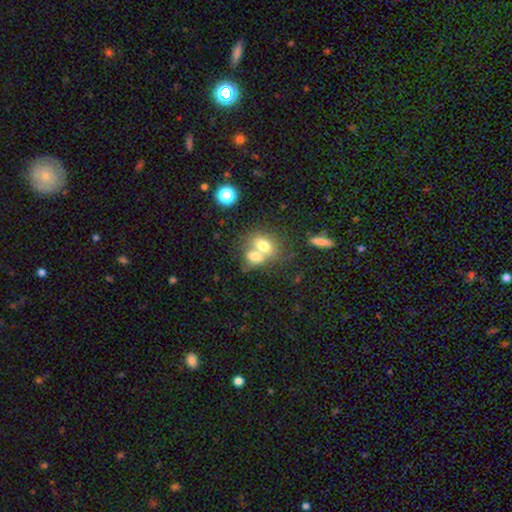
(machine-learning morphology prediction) smooth 65%, featured or disk 21%, star or artifact 13%. Down the decision tree: how rounded — in between (54%); merging — merger (61%).